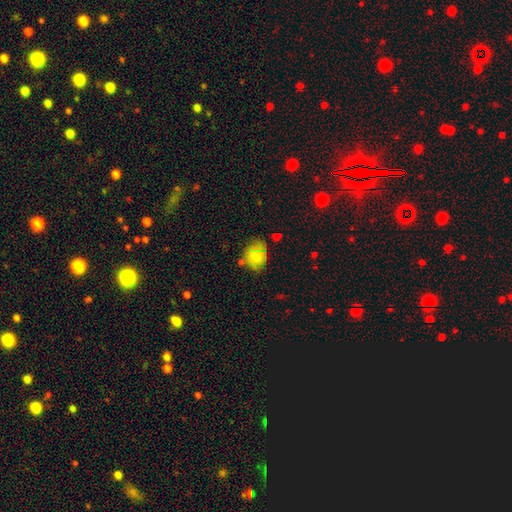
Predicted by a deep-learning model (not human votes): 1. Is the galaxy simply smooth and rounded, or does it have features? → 74% smooth, 18% featured or disk, 8% star or artifact.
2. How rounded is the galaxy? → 54% round, 45% in between, 1% cigar-shaped.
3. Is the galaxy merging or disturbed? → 64% none, 24% minor disturbance, 7% merger, 6% major disturbance.